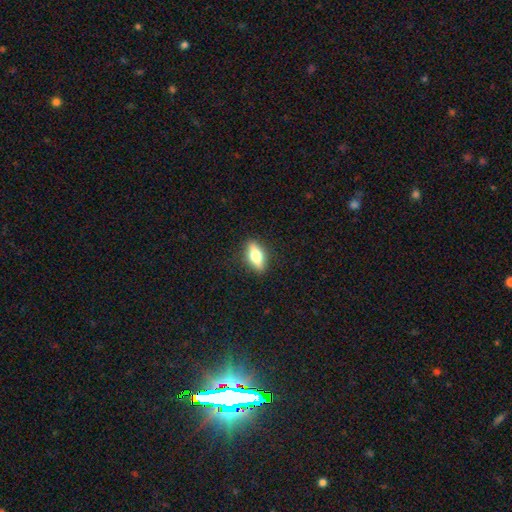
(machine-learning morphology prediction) A smooth galaxy with no disk features (60%) that is in between round and cigar-shaped (74%). Merging: none (88%).